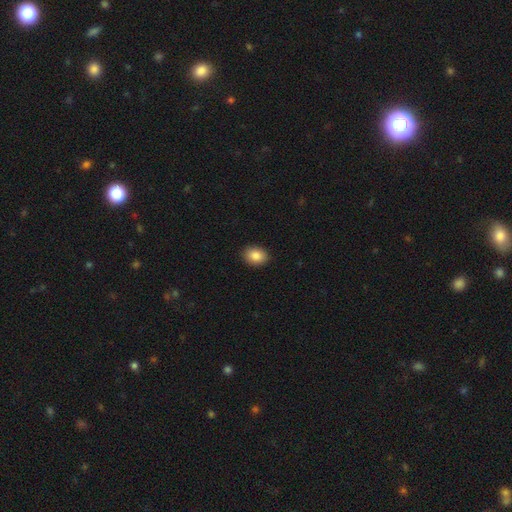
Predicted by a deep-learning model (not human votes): Smooth or featured?
  - smooth: 87% *
  - star or artifact: 8%
  - featured or disk: 5%
How rounded?
  - in between: 67% *
  - round: 32%
  - cigar-shaped: 1%
Merging?
  - none: 90% *
  - minor disturbance: 7%
  - major disturbance: 2%
  - merger: 1%